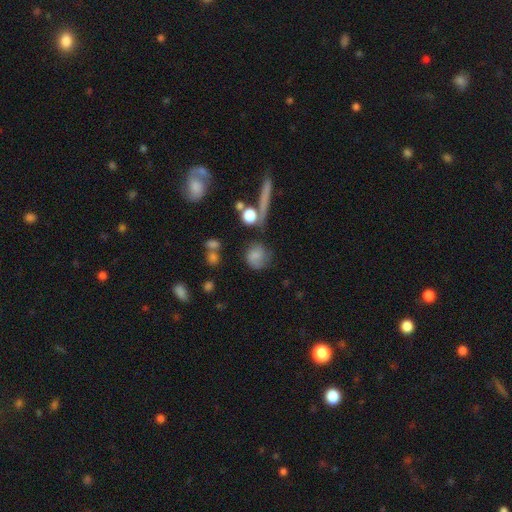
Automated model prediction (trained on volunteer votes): A smooth galaxy with no disk features (66%) that is round (80%).

Vote fractions:
- Smooth or featured? smooth: 66% / featured or disk: 23% / star or artifact: 11%
- How rounded? round: 80% / in between: 18% / cigar-shaped: 2%
- Merging? none: 58% / minor disturbance: 21% / major disturbance: 13% / merger: 8%